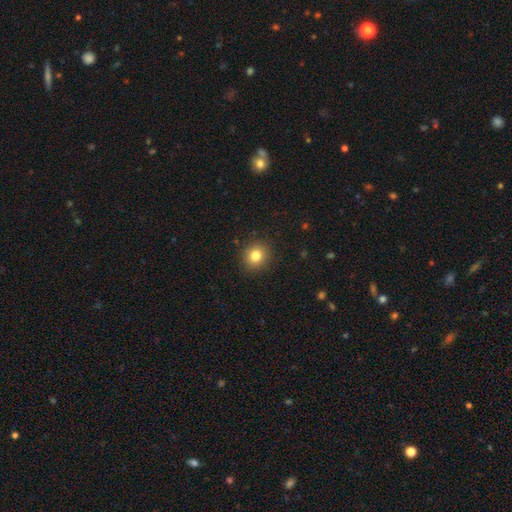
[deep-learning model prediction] Morphology: type=smooth (81%); roundness=round (86%); merging=none (91%).